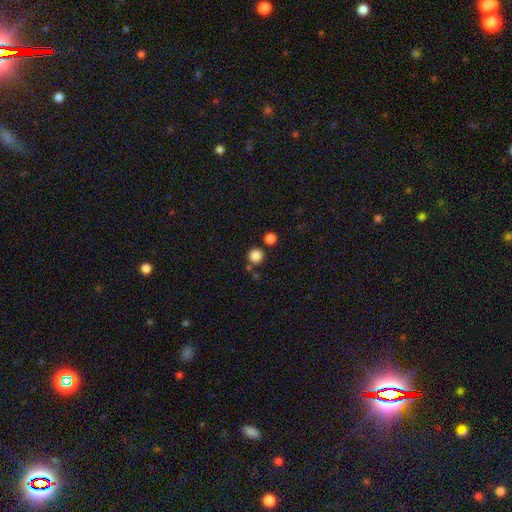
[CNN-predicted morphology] smooth-or-featured: smooth: 85% | star or artifact: 12% | featured or disk: 4%
  how-rounded: round: 95% | in between: 4% | cigar-shaped: 1%
  merging: none: 83% | merger: 8% | minor disturbance: 6% | major disturbance: 2%